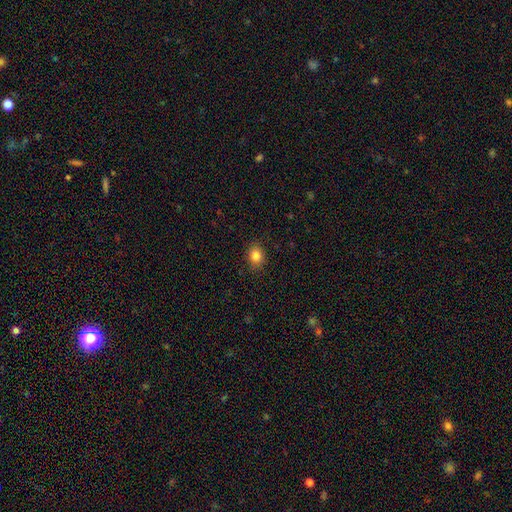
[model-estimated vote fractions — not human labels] Smooth or featured? smooth (84%)
How rounded? in between (51%)
Merging? none (87%)